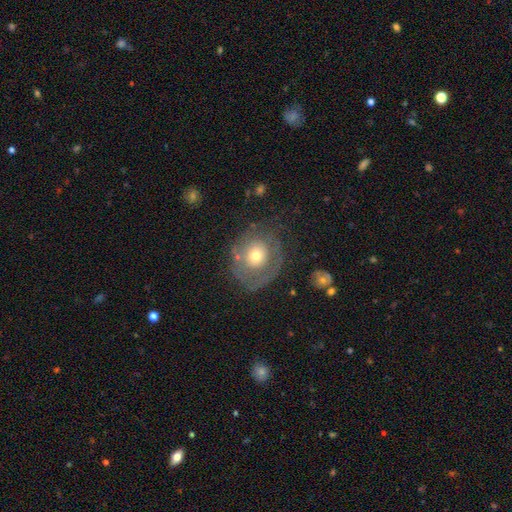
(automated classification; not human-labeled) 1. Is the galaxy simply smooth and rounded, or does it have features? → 47% featured or disk, 44% smooth, 9% star or artifact.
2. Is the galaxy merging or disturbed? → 60% none, 20% minor disturbance, 17% major disturbance, 3% merger.